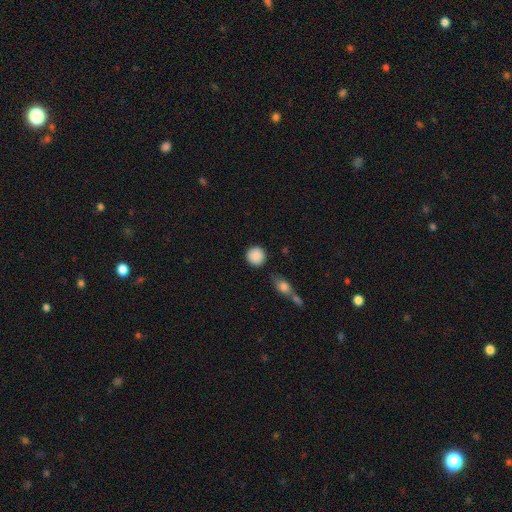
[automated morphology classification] Smooth or featured: smooth — 88% (star or artifact — 8%)
How rounded: round — 93% (in between — 6%)
Merging: none — 83% (minor disturbance — 10%)